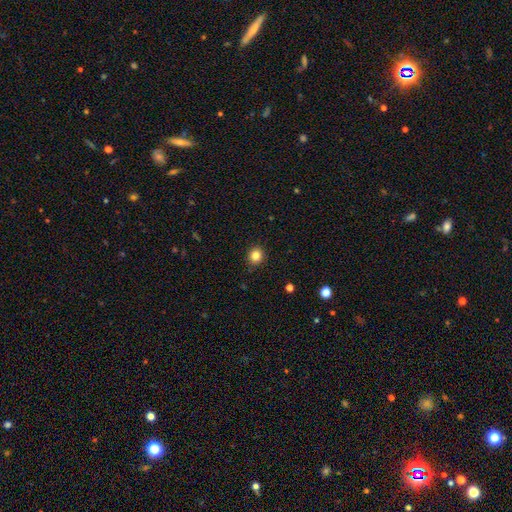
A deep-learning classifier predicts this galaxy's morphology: This appears to be a smooth galaxy with no disk features (84%) that is round (87%). Merging: none (91%).